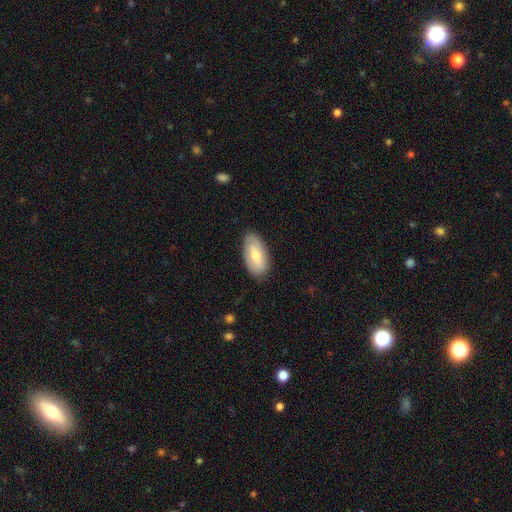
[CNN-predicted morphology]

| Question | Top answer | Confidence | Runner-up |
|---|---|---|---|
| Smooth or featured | smooth | 67% | featured or disk (27%) |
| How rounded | in between | 93% | cigar-shaped (4%) |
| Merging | none | 83% | minor disturbance (13%) |